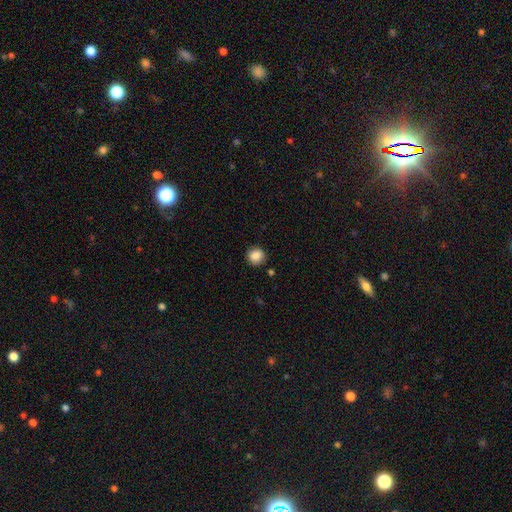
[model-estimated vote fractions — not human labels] A smooth galaxy with no disk features (87%) that is round (90%). Merging: none (88%).